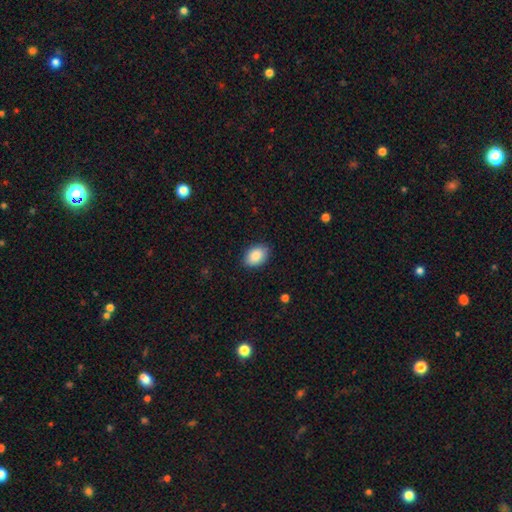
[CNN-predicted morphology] Overall: smooth (89%). How rounded: in between (86%). Merging: none (86%).